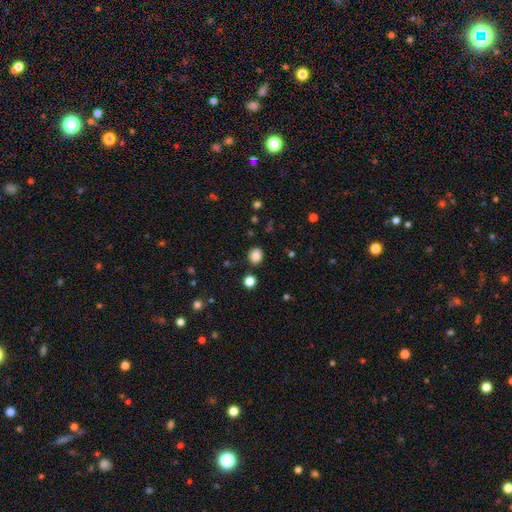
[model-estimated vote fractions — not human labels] Smooth or featured? Predicted: smooth (p=0.85). How rounded? Predicted: round (p=0.71). Merging? Predicted: none (p=0.86).